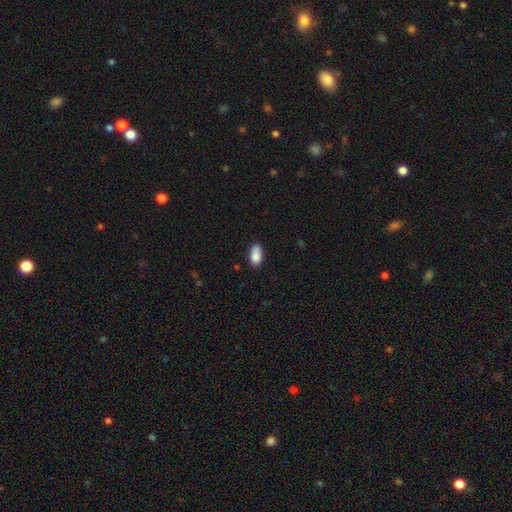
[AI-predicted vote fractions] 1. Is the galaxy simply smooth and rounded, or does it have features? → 87% smooth, 8% star or artifact, 6% featured or disk.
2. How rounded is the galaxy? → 92% in between, 5% cigar-shaped, 4% round.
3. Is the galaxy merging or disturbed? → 70% none, 24% minor disturbance, 4% major disturbance, 2% merger.